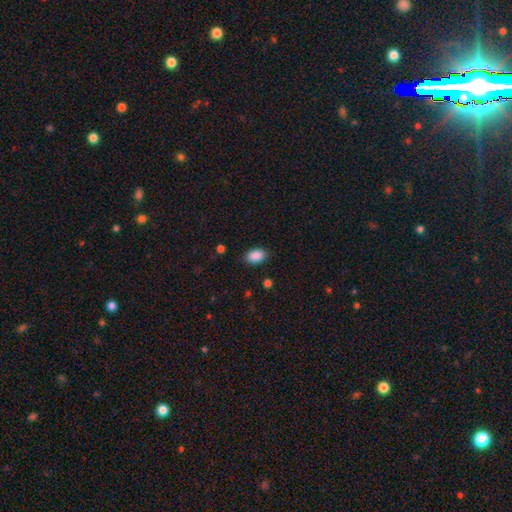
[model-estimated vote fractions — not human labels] A smooth galaxy with no disk features (89%) that is in between round and cigar-shaped (90%).

Vote fractions:
- Smooth or featured? smooth: 89% / star or artifact: 7% / featured or disk: 3%
- How rounded? in between: 90% / round: 9% / cigar-shaped: 1%
- Merging? none: 85% / minor disturbance: 11% / major disturbance: 3% / merger: 1%